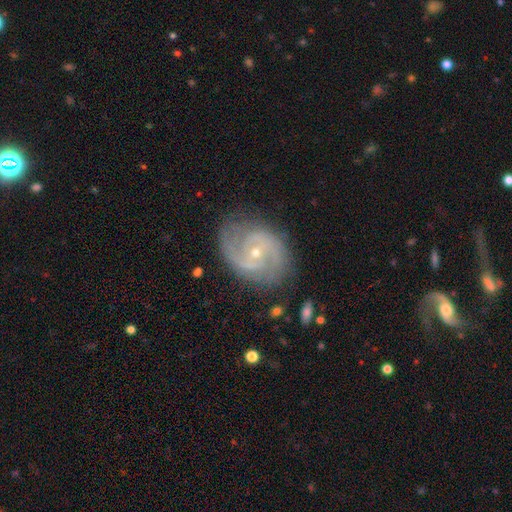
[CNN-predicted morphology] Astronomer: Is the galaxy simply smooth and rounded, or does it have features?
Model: featured or disk — 86%.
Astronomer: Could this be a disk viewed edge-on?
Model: no — 97%.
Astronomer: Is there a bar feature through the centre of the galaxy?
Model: no — 51% (runner-up: weak, 39%).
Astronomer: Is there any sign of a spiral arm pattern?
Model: yes — 96%.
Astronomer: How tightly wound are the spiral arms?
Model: medium — 50% (runner-up: tight, 33%).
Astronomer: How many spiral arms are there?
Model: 2 — 78%.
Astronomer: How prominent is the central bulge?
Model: small — 69%.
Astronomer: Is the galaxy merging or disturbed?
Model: none — 80%.